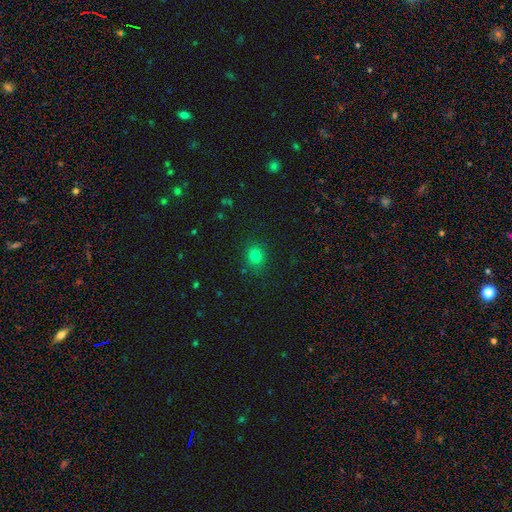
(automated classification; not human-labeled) Overall: smooth (73%). How rounded: round (74%). Merging: none (83%).